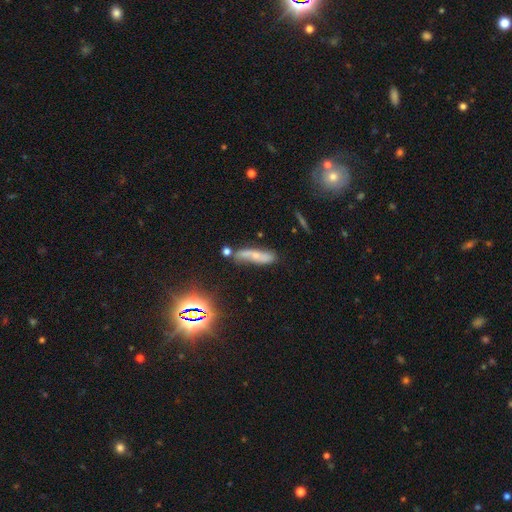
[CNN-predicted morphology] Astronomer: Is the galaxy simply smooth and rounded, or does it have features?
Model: featured or disk — 44% (runner-up: smooth, 41%).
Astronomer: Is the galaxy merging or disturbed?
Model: none — 59%.